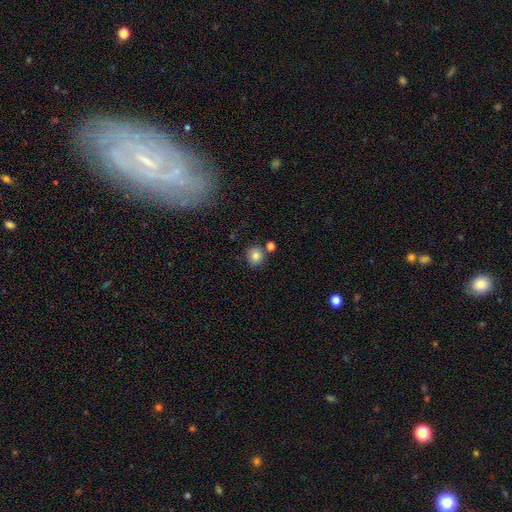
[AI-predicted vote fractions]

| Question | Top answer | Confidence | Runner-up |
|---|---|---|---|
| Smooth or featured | smooth | 81% | star or artifact (11%) |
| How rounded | round | 89% | in between (10%) |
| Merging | none | 76% | merger (11%) |